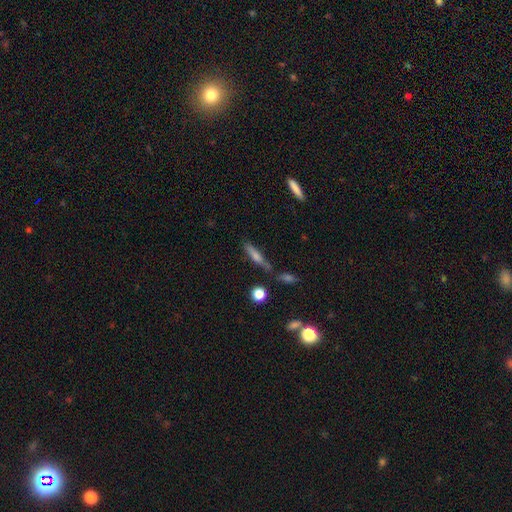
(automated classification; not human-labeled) smooth 59%, featured or disk 32%, star or artifact 10%. Down the decision tree: how rounded — cigar-shaped (82%); merging — none (65%).